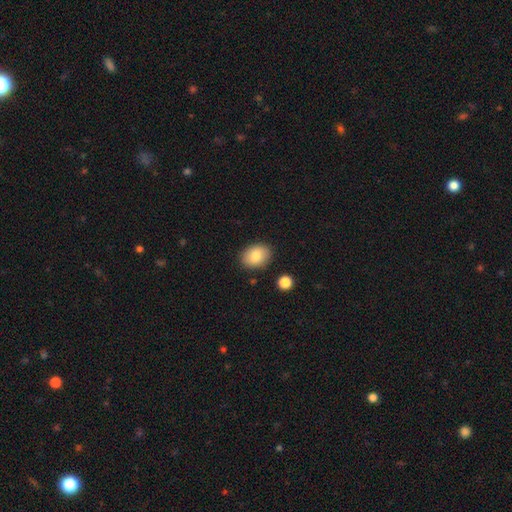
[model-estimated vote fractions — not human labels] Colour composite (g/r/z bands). It shows a smooth galaxy with no disk features (83%) that is in between round and cigar-shaped (71%). Merging: none (86%).